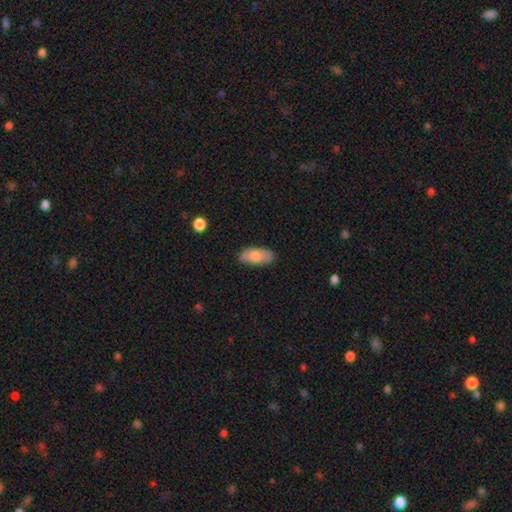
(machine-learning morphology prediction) Smooth or featured? Predicted: smooth (p=0.79). How rounded? Predicted: in between (p=0.90). Merging? Predicted: none (p=0.81).